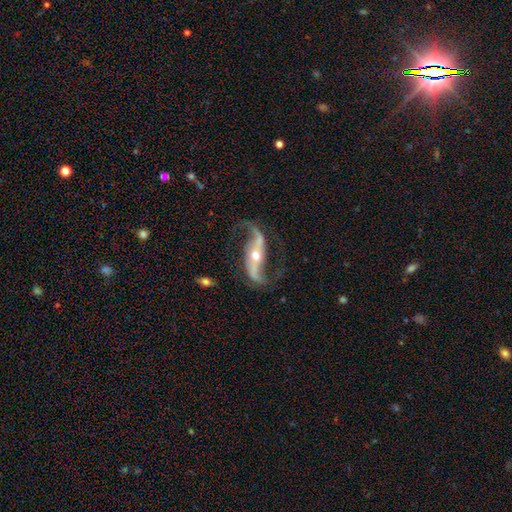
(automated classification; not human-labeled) smooth-or-featured: featured or disk: 92% | star or artifact: 5% | smooth: 4%
  disk-edge-on: no: 93% | yes: 7%
    bar: strong: 44% | no: 32% | weak: 24%
    has-spiral-arms: yes: 97% | no: 3%
      spiral-winding: loose: 79% | medium: 16% | tight: 5%
      spiral-arm-count: 2: 94% | 1: 2% | can't tell: 1% | 3: 1% | 4: 1% | more than 4: 1%
    bulge-size: moderate: 56% | small: 38% | large: 3% | none: 1% | dominant: 1%
  merging: none: 76% | minor disturbance: 13% | major disturbance: 8% | merger: 2%